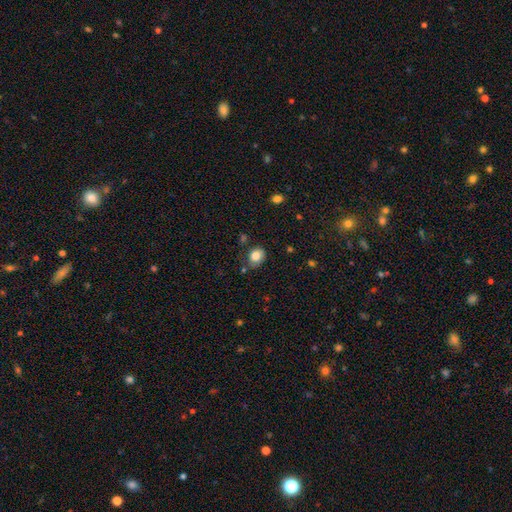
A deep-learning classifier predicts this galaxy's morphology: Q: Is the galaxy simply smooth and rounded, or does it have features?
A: smooth — 82%.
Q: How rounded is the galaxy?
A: in between — 50%.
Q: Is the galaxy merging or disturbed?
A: none — 69%.